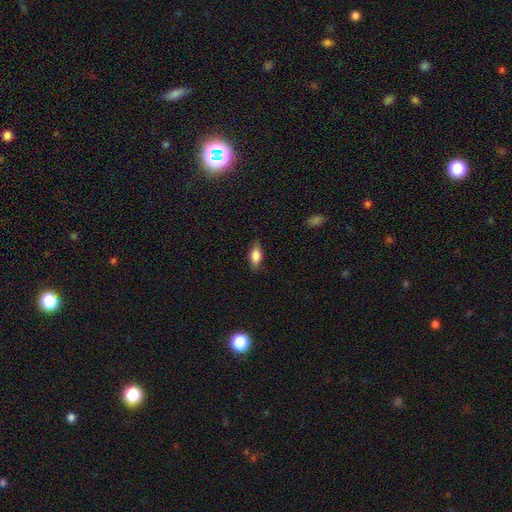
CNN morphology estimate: The model was most divided on "smooth or featured": smooth: 74%, featured or disk: 18%, star or artifact: 8%. More confident: how rounded — in between (82%); merging — none (80%).